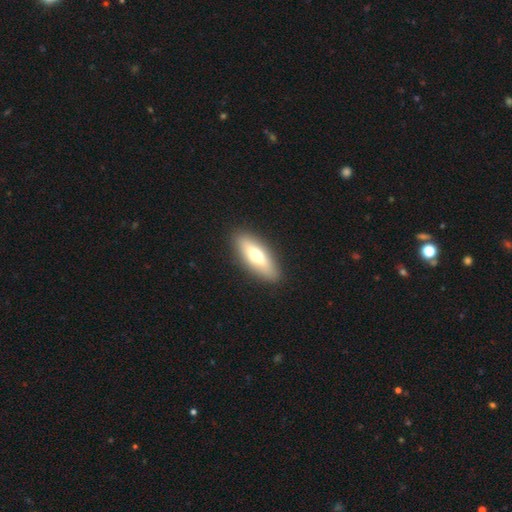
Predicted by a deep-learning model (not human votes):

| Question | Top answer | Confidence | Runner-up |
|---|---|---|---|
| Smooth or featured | smooth | 60% | featured or disk (33%) |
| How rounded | in between | 62% | cigar-shaped (35%) |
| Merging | none | 89% | minor disturbance (7%) |